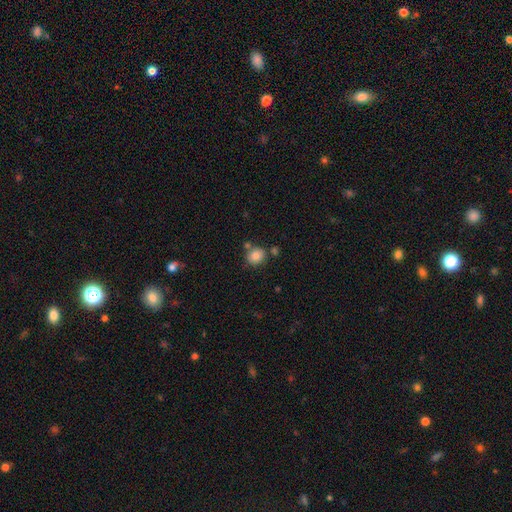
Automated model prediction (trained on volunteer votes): A smooth galaxy with no disk features (82%) that is round (77%).

Vote fractions:
- Smooth or featured? smooth: 82% / star or artifact: 10% / featured or disk: 8%
- How rounded? round: 77% / in between: 22% / cigar-shaped: 1%
- Merging? none: 70% / merger: 13% / minor disturbance: 13% / major disturbance: 4%